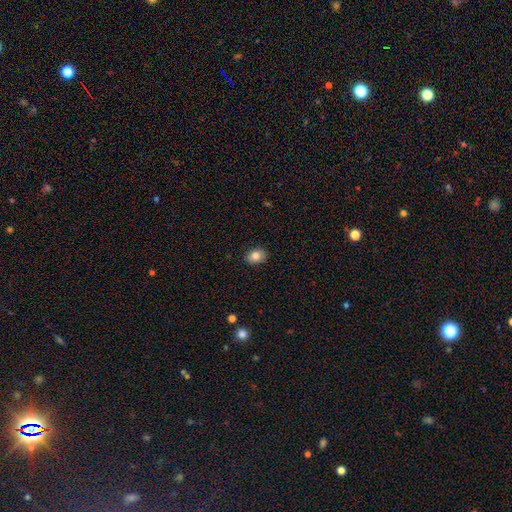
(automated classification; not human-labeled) The model was most divided on "how rounded": in between: 68%, round: 31%, cigar-shaped: 1%. More confident: merging — none (88%); smooth or featured — smooth (83%).